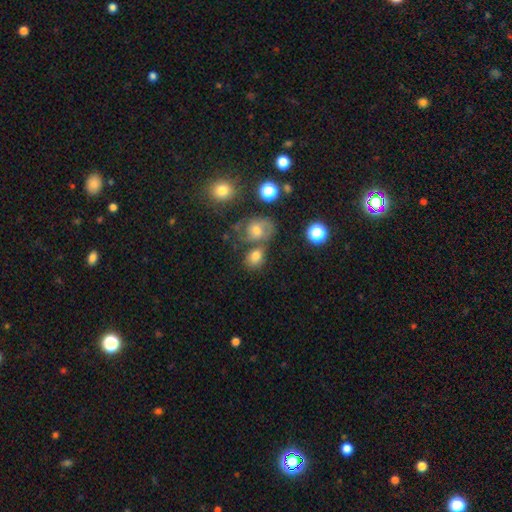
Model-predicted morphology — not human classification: This is likely a smooth galaxy (68%). How rounded: possibly in between (50%). Merging: possibly none (49%).